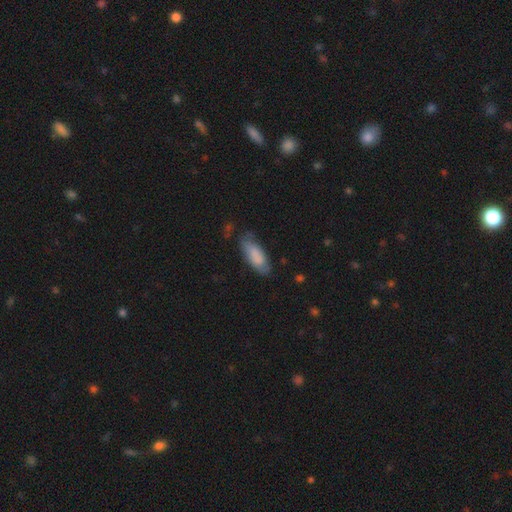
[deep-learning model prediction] Smooth or featured: smooth — 80% (featured or disk — 14%)
How rounded: in between — 73% (cigar-shaped — 25%)
Merging: none — 67% (minor disturbance — 24%)